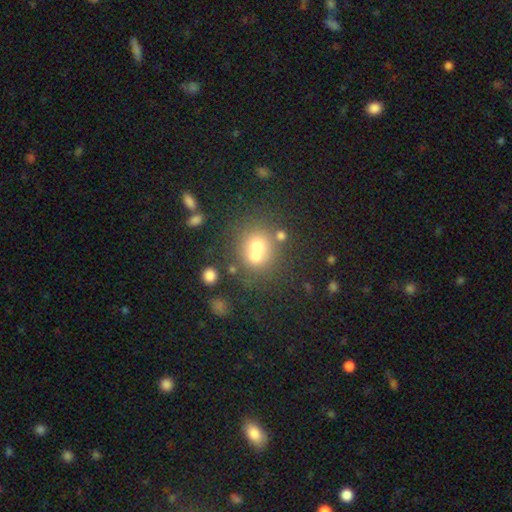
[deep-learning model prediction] This appears to be a smooth galaxy with no disk features (64%) that is round (79%). Merging: merger (50%).